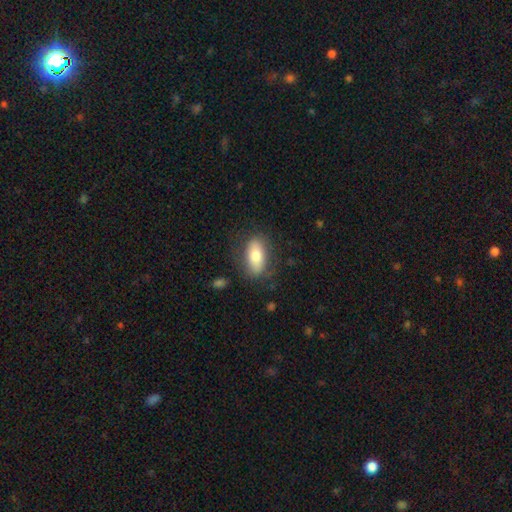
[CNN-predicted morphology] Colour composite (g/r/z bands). It shows a smooth galaxy with no disk features (72%) that is in between round and cigar-shaped (85%). Merging: none (80%).